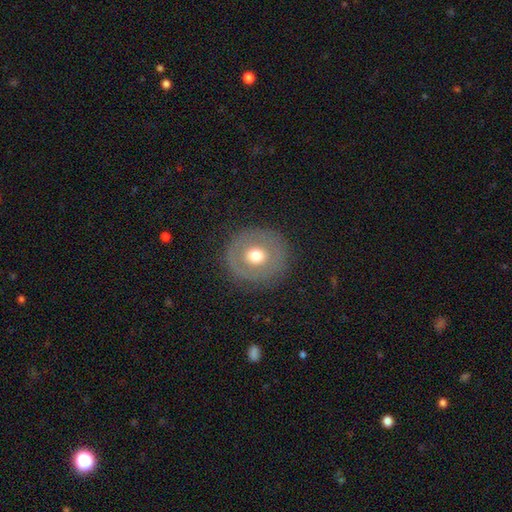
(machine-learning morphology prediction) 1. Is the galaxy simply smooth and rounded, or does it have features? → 55% smooth, 36% featured or disk, 9% star or artifact.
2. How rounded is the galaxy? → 90% round, 9% in between, 1% cigar-shaped.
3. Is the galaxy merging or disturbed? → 84% none, 9% minor disturbance, 5% major disturbance, 1% merger.